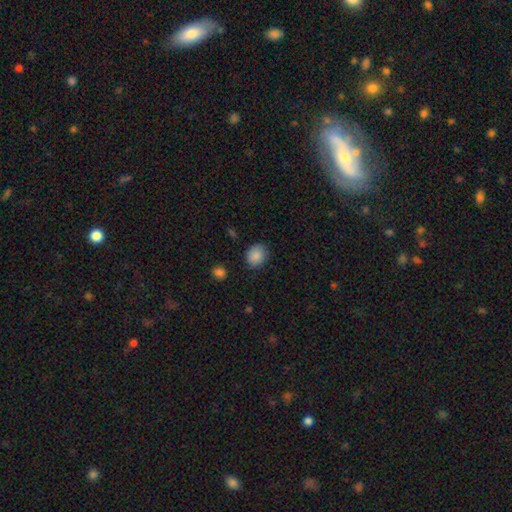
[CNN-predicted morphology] Overall: smooth (87%). How rounded: round (58%; in between 41%). Merging: none (83%).